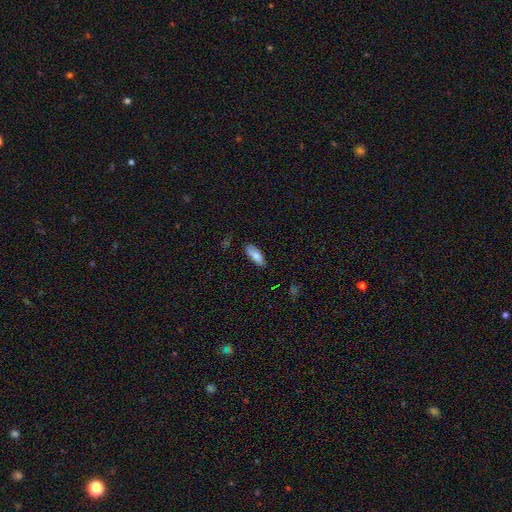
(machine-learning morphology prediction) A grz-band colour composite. It shows a smooth galaxy with no disk features (80%) that is in between round and cigar-shaped (72%). Merging: none (77%).